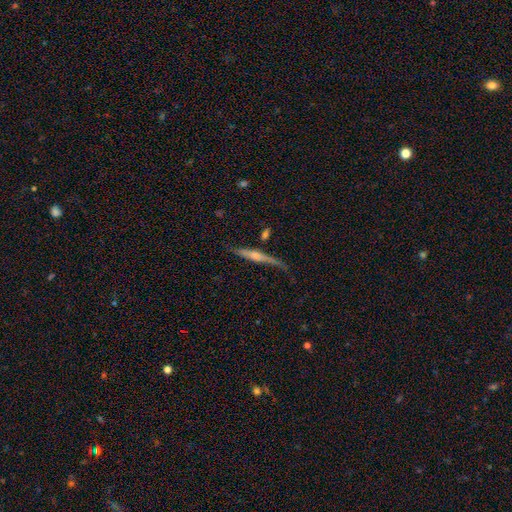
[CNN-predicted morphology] This is likely a featured or disk galaxy (63%). It is clearly viewed edge-on (94%). Edge-on bulge: likely rounded (68%). Merging: likely none (63%).